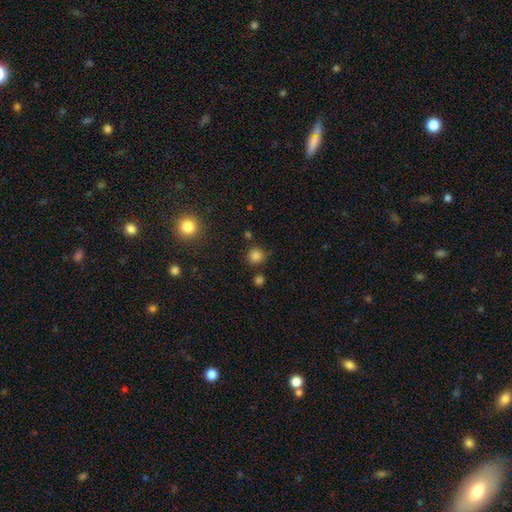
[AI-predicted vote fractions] Morphology: type=smooth (82%); roundness=round (92%); merging=none (82%).